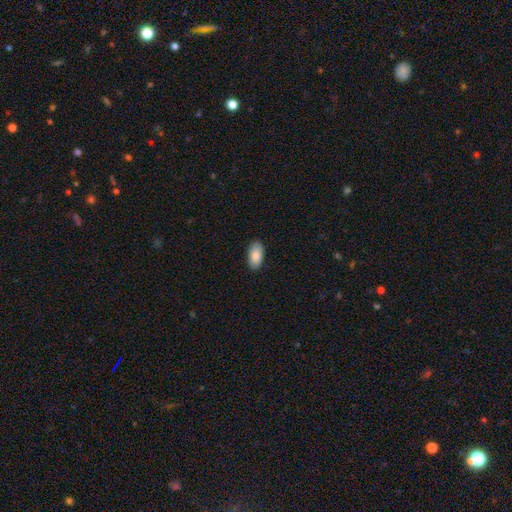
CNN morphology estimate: Smooth or featured? Predicted: smooth (p=0.86). How rounded? Predicted: in between (p=0.95). Merging? Predicted: none (p=0.88).